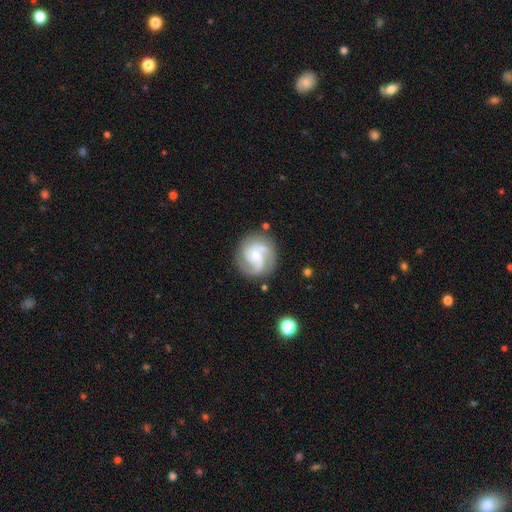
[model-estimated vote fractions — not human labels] Overall: featured or disk (85%). Edge-on disk: no (98%). Bar: no (63%; weak 30%). Spiral arms: yes (97%). Spiral arm count: 3 (53%; 2 26%). Spiral winding: medium (48%; tight 38%). Bulge size: small (61%; moderate 34%). Merging: none (79%).